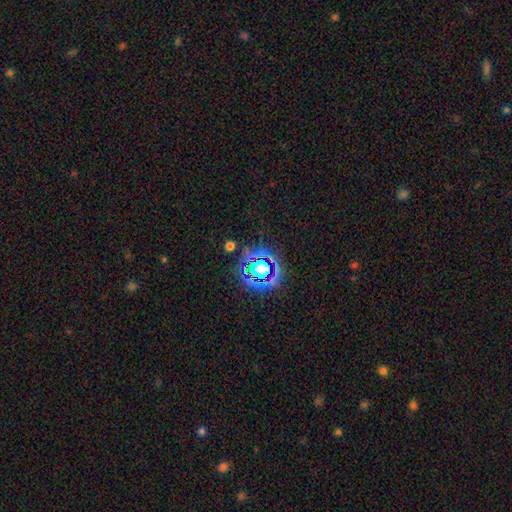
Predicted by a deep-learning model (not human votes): Smooth or featured?
  - star or artifact: 77% *
  - smooth: 15%
  - featured or disk: 8%